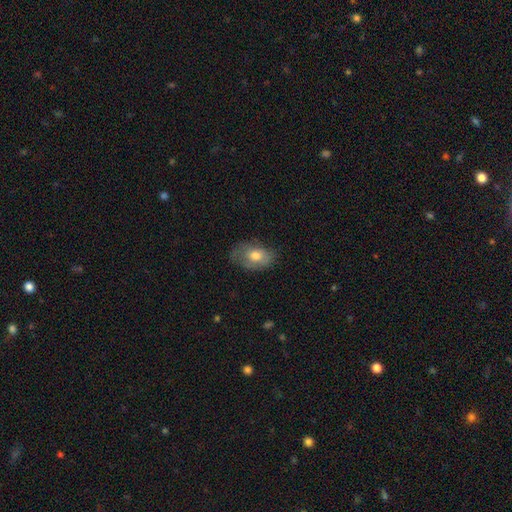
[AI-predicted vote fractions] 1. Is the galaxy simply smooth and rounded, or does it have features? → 64% smooth, 28% featured or disk, 8% star or artifact.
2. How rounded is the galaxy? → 80% in between, 18% round, 1% cigar-shaped.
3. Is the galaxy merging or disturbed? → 59% none, 29% minor disturbance, 11% major disturbance, 1% merger.